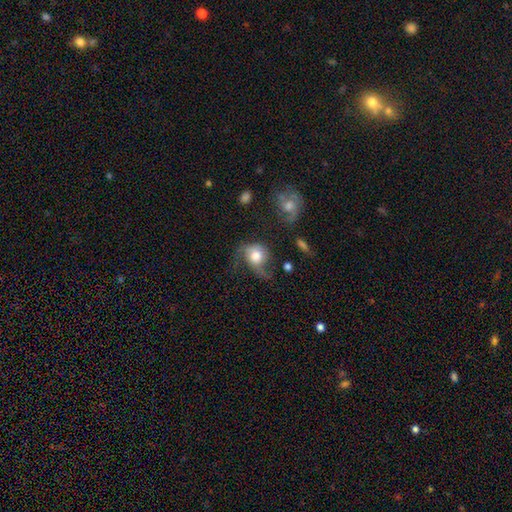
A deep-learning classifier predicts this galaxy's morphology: Q: Smooth or featured?
A: smooth (62%); runner-up: featured or disk (29%)
Q: How rounded?
A: round (69%); runner-up: in between (30%)
Q: Merging?
A: major disturbance (39%); runner-up: none (29%)